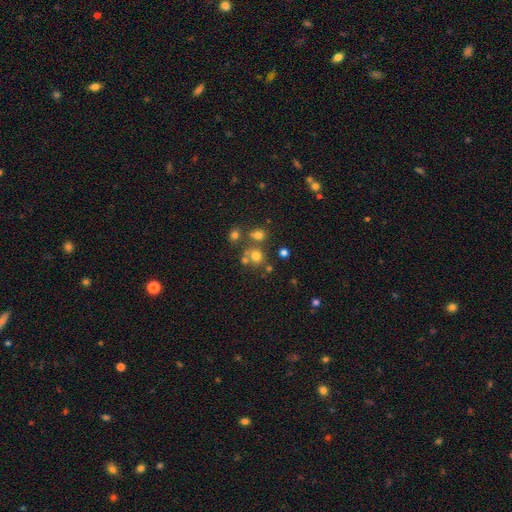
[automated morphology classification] The model was most divided on "merging": none: 57%, merger: 28%, minor disturbance: 10%, major disturbance: 5%. More confident: how rounded — round (83%); smooth or featured — smooth (67%).